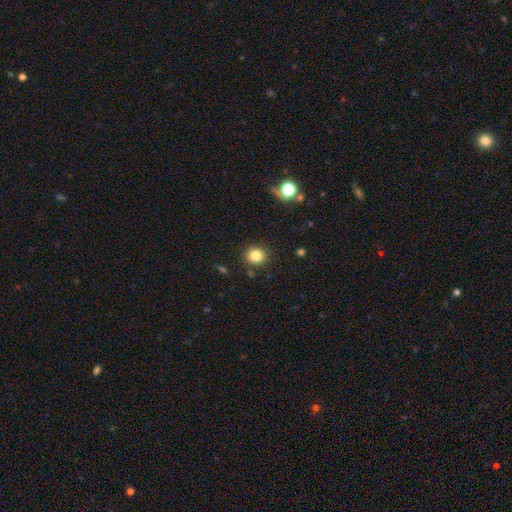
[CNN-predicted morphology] Overall: smooth (82%). How rounded: round (86%). Merging: none (87%).